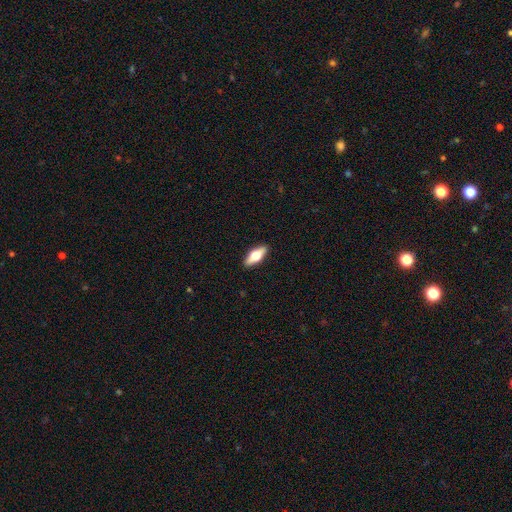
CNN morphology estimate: smooth 52%, featured or disk 42%, star or artifact 6%. Down the decision tree: how rounded — in between (67%); merging — none (90%).